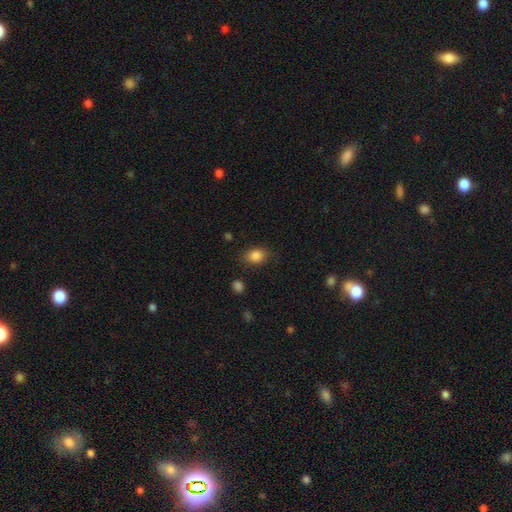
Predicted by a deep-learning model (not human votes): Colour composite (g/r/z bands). It shows a smooth galaxy with no disk features (85%) that is in between round and cigar-shaped (59%). Merging: none (78%).